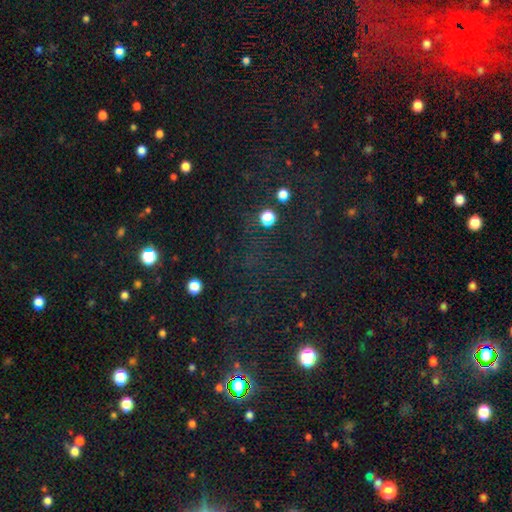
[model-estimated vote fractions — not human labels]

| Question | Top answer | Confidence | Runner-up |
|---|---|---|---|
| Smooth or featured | star or artifact | 72% | smooth (20%) |